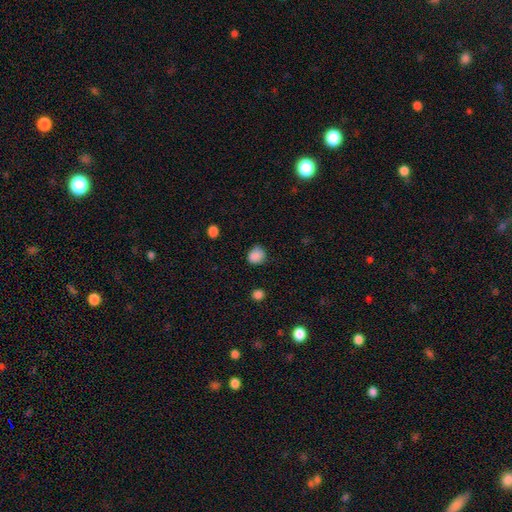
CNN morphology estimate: type=smooth (87%); roundness=round (76%); merging=none (72%).